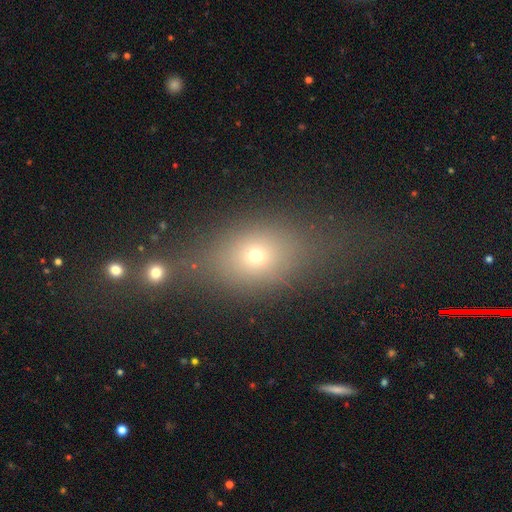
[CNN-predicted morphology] Smooth or featured: smooth — 67% (star or artifact — 18%)
How rounded: in between — 61% (round — 35%)
Merging: none — 54% (merger — 23%)